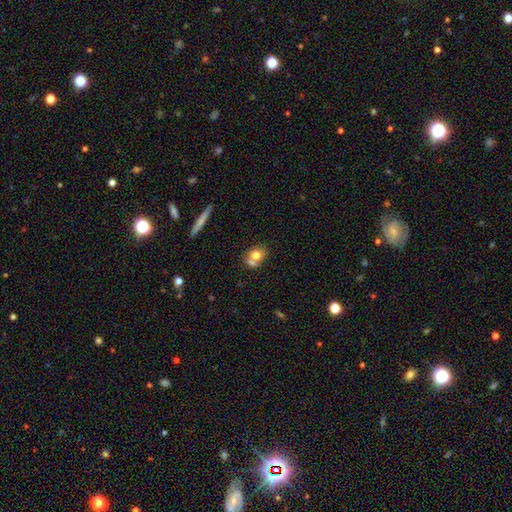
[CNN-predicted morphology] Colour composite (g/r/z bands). It shows a smooth galaxy with no disk features (71%) that is round (50%). Merging: none (43%).